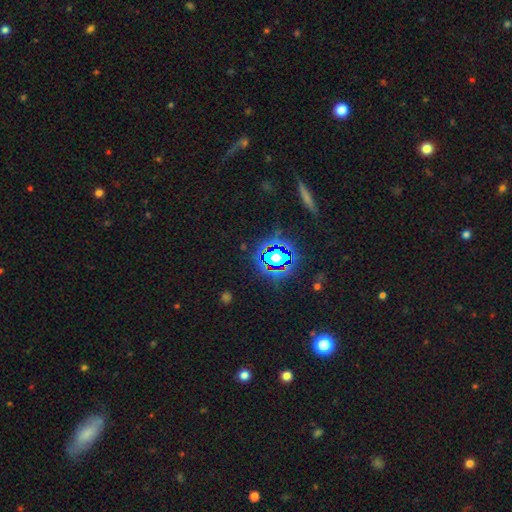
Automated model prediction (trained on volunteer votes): smooth-or-featured: star or artifact: 76% | smooth: 15% | featured or disk: 9%